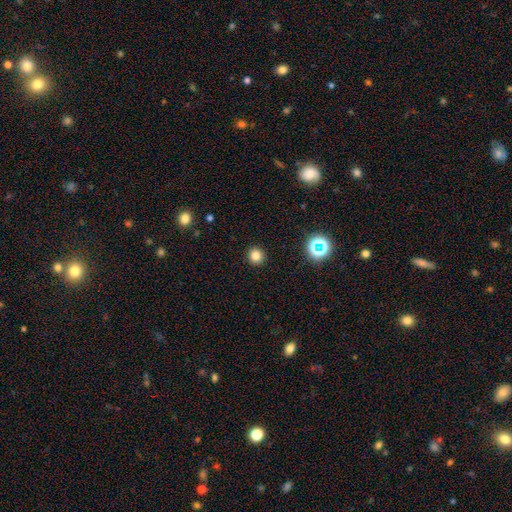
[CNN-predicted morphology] smooth_or_featured: smooth (p=0.81) [alt: star or artifact p=0.15]
how_rounded: round (p=0.94) [alt: in between p=0.05]
merging: none (p=0.93) [alt: minor disturbance p=0.05]